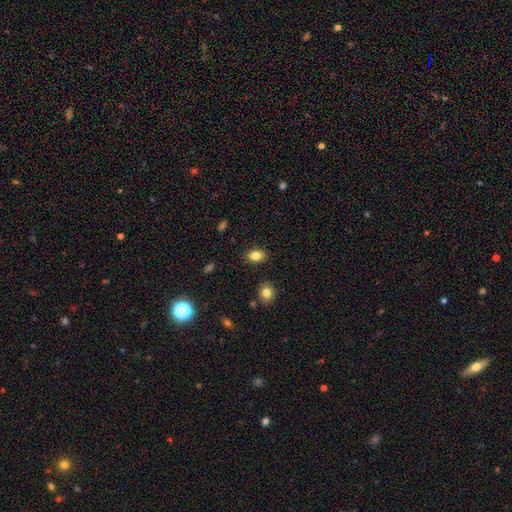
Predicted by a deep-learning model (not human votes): A smooth galaxy with no disk features (83%) that is in between round and cigar-shaped (77%). Merging: none (87%).